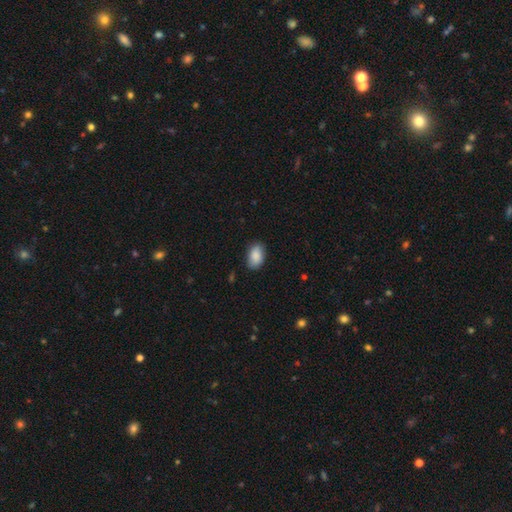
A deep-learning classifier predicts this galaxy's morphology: Overall: smooth (88%). How rounded: in between (92%). Merging: none (83%).